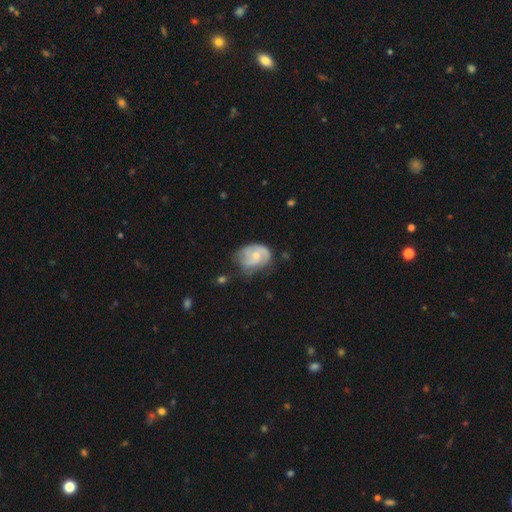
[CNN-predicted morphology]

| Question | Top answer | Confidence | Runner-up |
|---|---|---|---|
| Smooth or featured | featured or disk | 70% | smooth (24%) |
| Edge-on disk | no | 98% | yes (2%) |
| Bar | no | 66% | weak (29%) |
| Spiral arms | yes | 88% | no (12%) |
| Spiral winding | medium | 43% | tight (38%) |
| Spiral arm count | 2 | 50% | can't tell (21%) |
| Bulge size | small | 56% | moderate (39%) |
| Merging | none | 50% | minor disturbance (32%) |